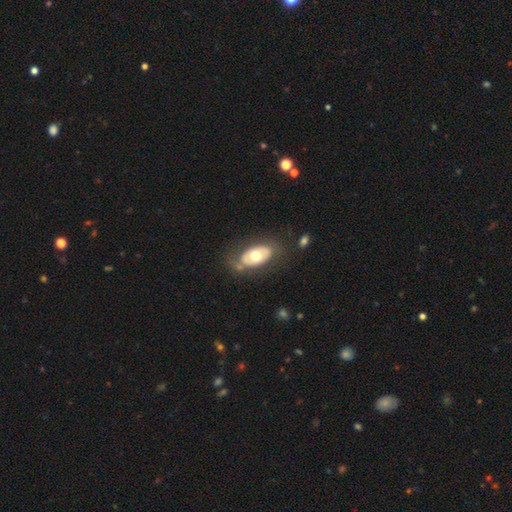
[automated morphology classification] Overall: smooth (48%; featured or disk 46%). Merging: none (71%).